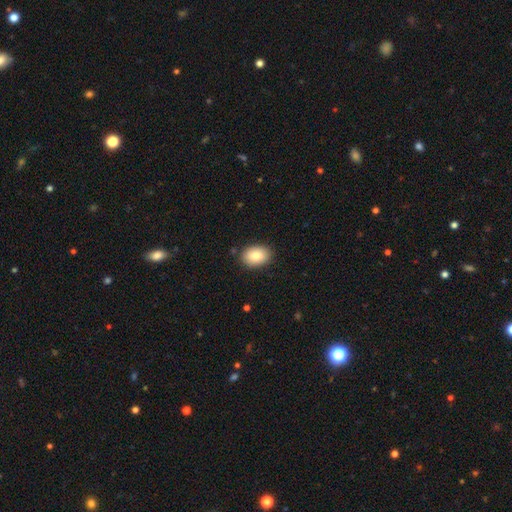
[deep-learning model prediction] smooth-or-featured: smooth: 85% | featured or disk: 8% | star or artifact: 7%
  how-rounded: in between: 79% | round: 20% | cigar-shaped: 1%
  merging: none: 87% | minor disturbance: 9% | major disturbance: 2% | merger: 1%